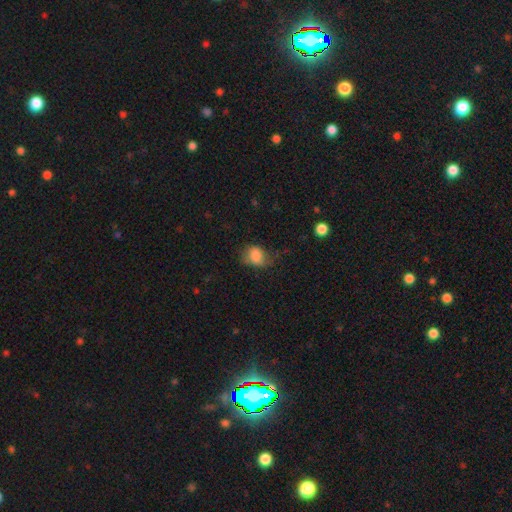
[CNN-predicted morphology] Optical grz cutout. It shows a smooth galaxy with no disk features (80%) that is in between round and cigar-shaped (62%). Merging: none (44%).